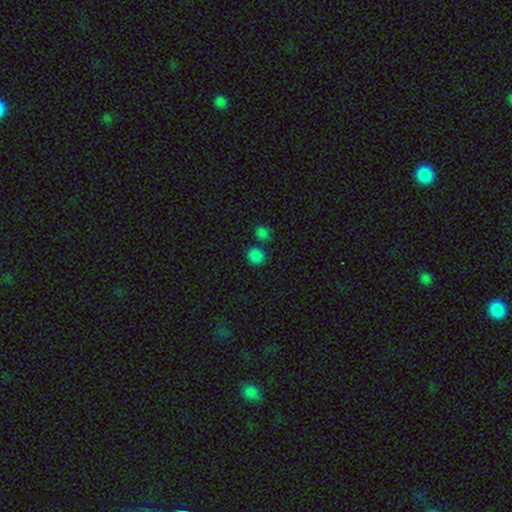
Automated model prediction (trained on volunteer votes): A smooth galaxy with no disk features (78%) that is round (83%). Merging: none (70%).